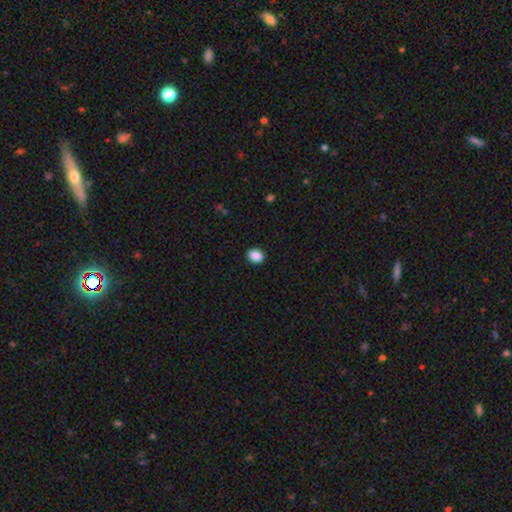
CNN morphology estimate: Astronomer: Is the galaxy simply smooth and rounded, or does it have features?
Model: smooth — 89%.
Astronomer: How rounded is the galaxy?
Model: in between — 58% (runner-up: round, 41%).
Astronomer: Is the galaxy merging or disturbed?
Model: none — 91%.